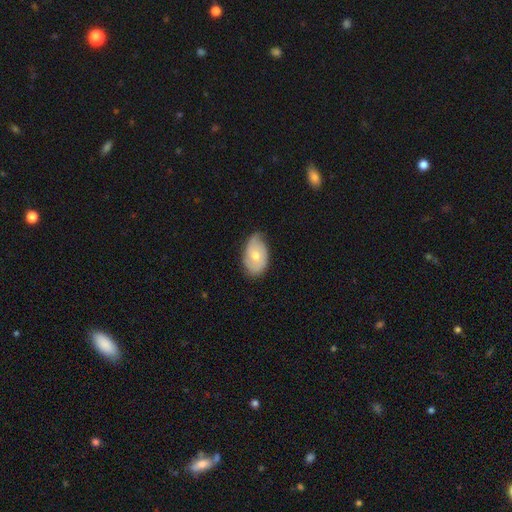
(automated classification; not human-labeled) smooth_or_featured: smooth (p=0.48) [alt: featured or disk p=0.45]
merging: none (p=0.54) [alt: minor disturbance p=0.37]